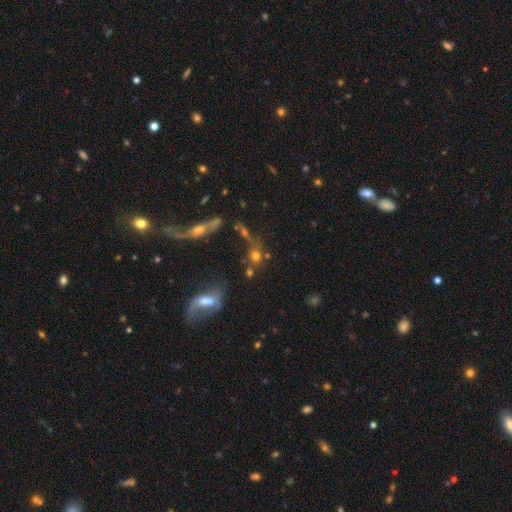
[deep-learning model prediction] This is likely a smooth galaxy (64%). How rounded: likely round (69%). Merging: possibly none (50%).